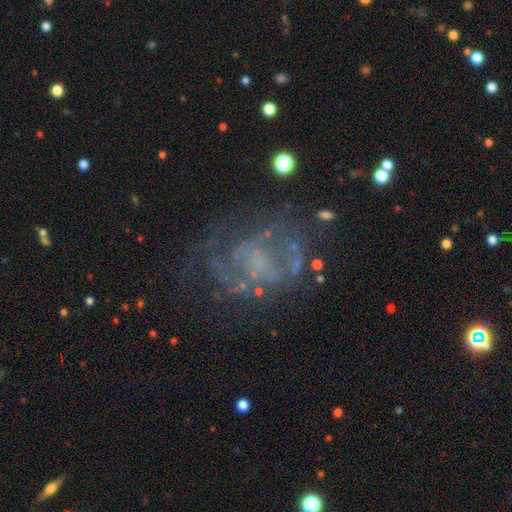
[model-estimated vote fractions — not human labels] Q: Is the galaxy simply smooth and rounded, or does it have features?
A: featured or disk — 63%.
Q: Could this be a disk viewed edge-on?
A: no — 98%.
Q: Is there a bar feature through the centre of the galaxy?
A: no — 73%.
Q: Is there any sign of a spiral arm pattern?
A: yes — 51%.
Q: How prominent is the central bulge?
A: none — 56%.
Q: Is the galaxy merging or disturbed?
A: none — 48%.